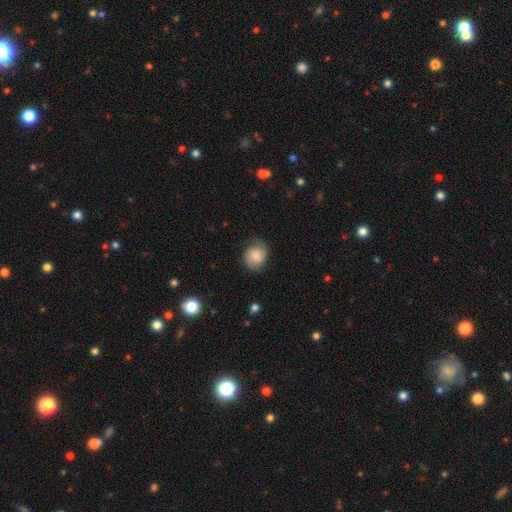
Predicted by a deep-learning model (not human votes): smooth_or_featured: smooth (p=0.78) [alt: featured or disk p=0.14]
how_rounded: round (p=0.68) [alt: in between p=0.31]
merging: none (p=0.75) [alt: minor disturbance p=0.19]